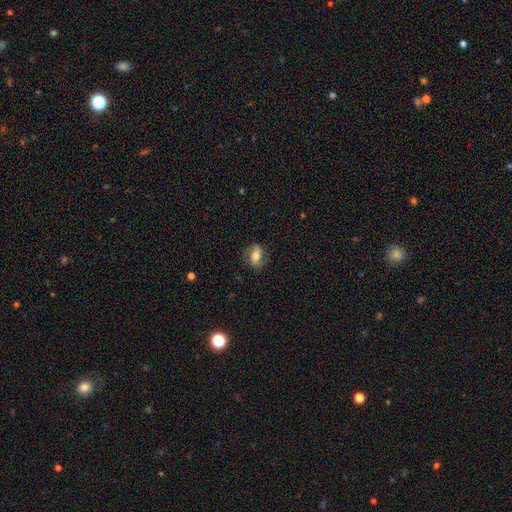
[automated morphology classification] smooth_or_featured: smooth (p=0.61) [alt: featured or disk p=0.30]
how_rounded: in between (p=0.79) [alt: round p=0.17]
merging: none (p=0.77) [alt: minor disturbance p=0.16]